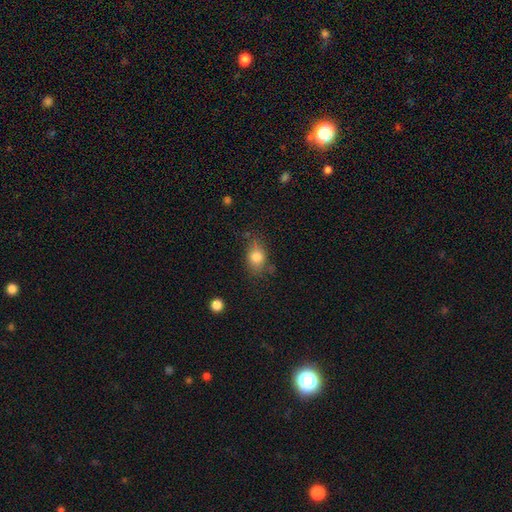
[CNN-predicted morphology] type=smooth (77%); roundness=in between (63%); merging=none (68%).